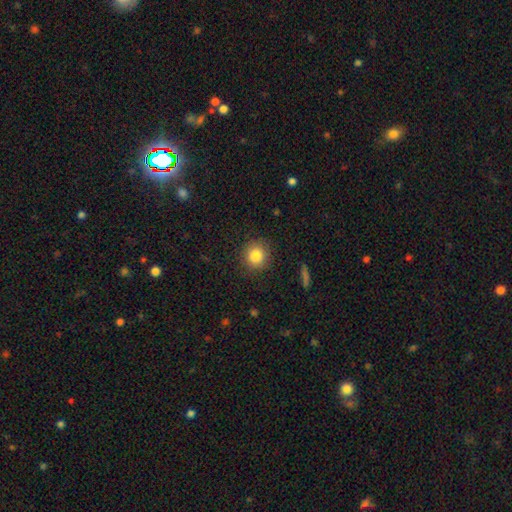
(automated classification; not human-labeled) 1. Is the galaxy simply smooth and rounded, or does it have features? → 84% smooth, 10% star or artifact, 6% featured or disk.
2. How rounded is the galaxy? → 90% round, 9% in between, 1% cigar-shaped.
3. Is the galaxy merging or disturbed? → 88% none, 8% minor disturbance, 3% major disturbance, 1% merger.